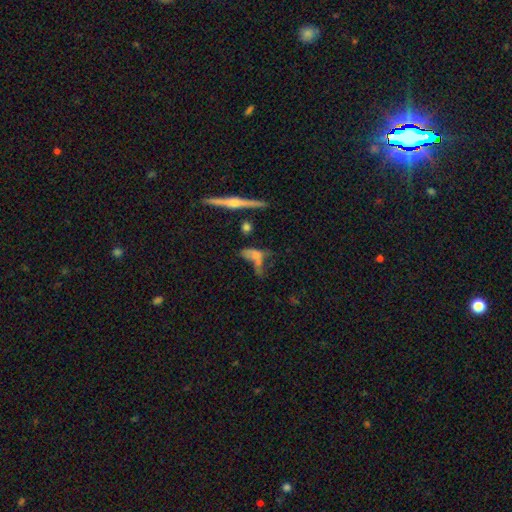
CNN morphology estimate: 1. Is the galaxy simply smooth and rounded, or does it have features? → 44% smooth, 42% featured or disk, 13% star or artifact.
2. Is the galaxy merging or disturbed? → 34% merger, 31% none, 18% major disturbance, 17% minor disturbance.